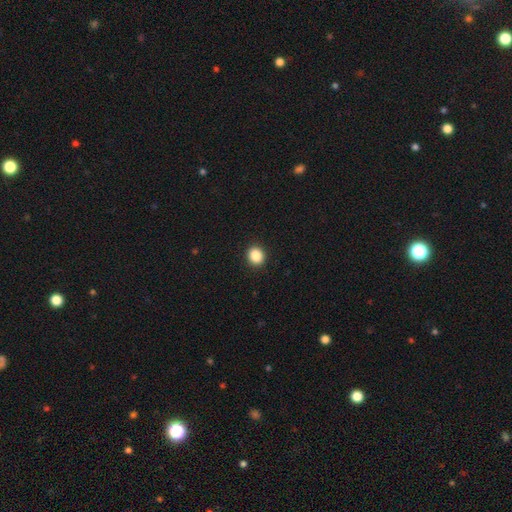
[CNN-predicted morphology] smooth_or_featured: smooth (p=0.87) [alt: star or artifact p=0.10]
how_rounded: round (p=0.76) [alt: in between p=0.23]
merging: none (p=0.92) [alt: minor disturbance p=0.05]